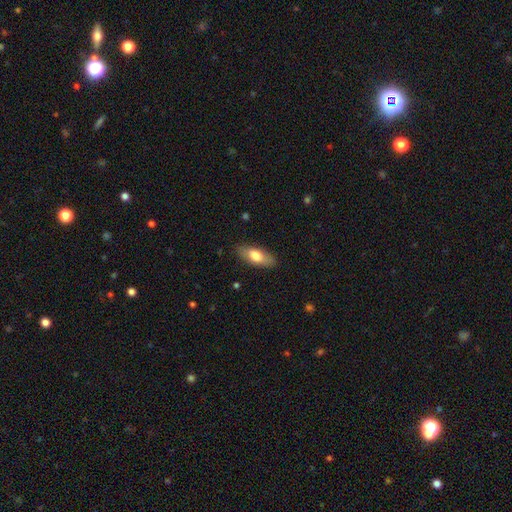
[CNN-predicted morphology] A smooth galaxy with no disk features (73%) that is in between round and cigar-shaped (80%). Merging: none (84%).